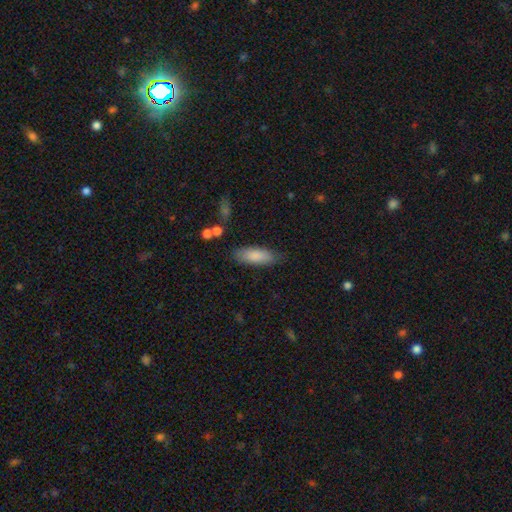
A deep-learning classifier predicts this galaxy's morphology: Smooth or featured?
  - smooth: 85% *
  - featured or disk: 9%
  - star or artifact: 6%
How rounded?
  - in between: 69% *
  - cigar-shaped: 29%
  - round: 2%
Merging?
  - none: 79% *
  - minor disturbance: 15%
  - major disturbance: 4%
  - merger: 3%